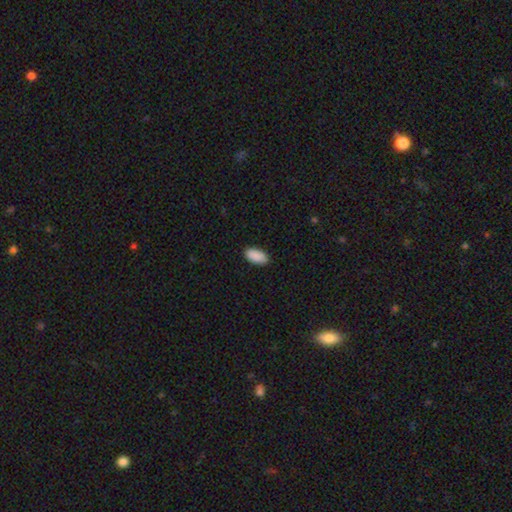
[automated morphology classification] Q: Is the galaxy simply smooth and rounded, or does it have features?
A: smooth — 91%.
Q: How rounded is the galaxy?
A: in between — 94%.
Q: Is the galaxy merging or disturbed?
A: none — 88%.